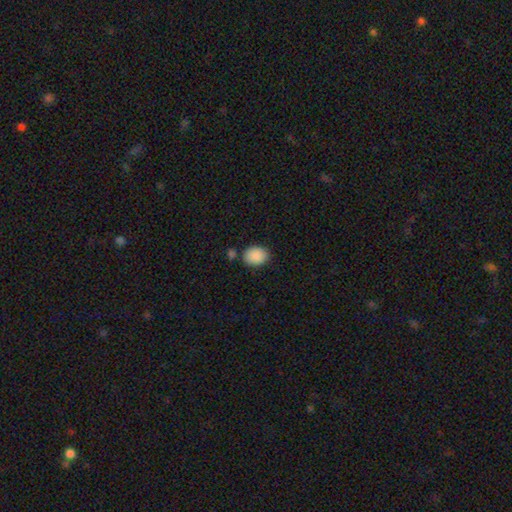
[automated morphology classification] A smooth galaxy with no disk features (90%) that is in between round and cigar-shaped (67%). Merging: none (77%).